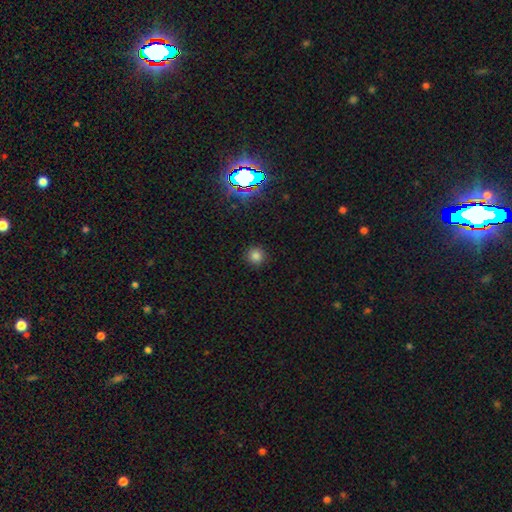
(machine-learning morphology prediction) smooth_or_featured: smooth (p=0.78) [alt: star or artifact p=0.17]
how_rounded: round (p=0.94) [alt: in between p=0.05]
merging: none (p=0.90) [alt: minor disturbance p=0.06]